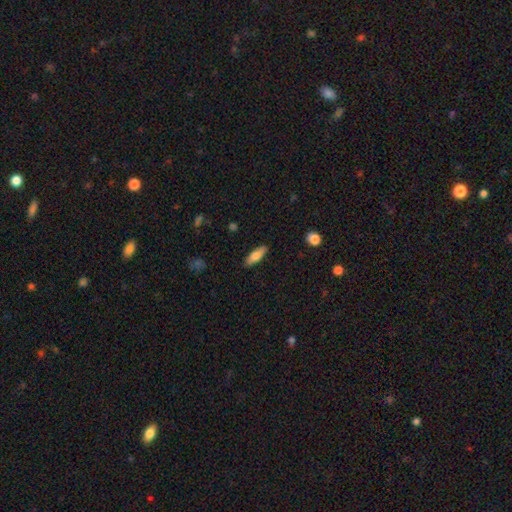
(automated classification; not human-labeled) Overall: smooth (75%). How rounded: in between (62%; cigar-shaped 36%). Merging: none (85%).